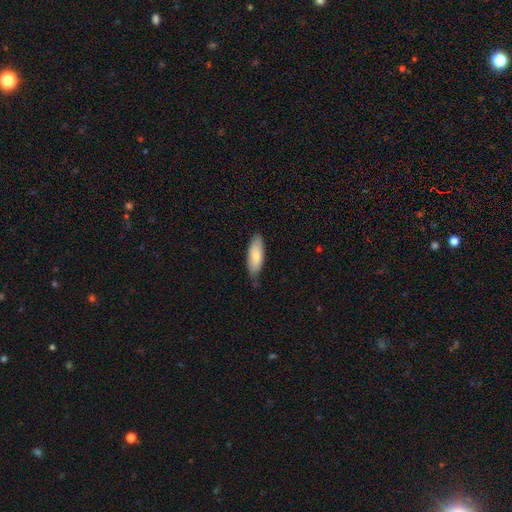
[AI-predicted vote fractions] This is clearly a smooth galaxy (82%). How rounded: likely in between (66%). Merging: likely none (73%).